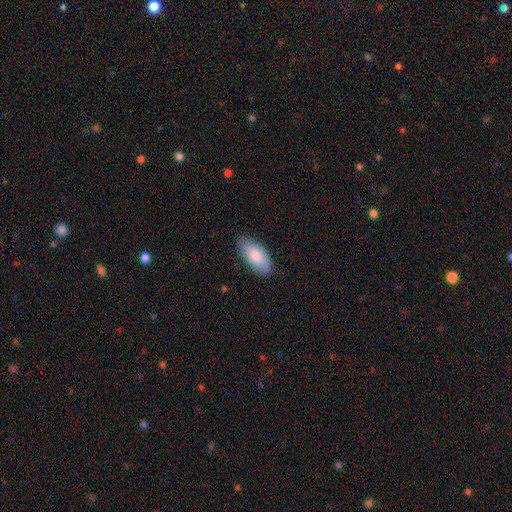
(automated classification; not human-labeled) Smooth or featured? Predicted: smooth (p=0.82). How rounded? Predicted: in between (p=0.92). Merging? Predicted: none (p=0.76).